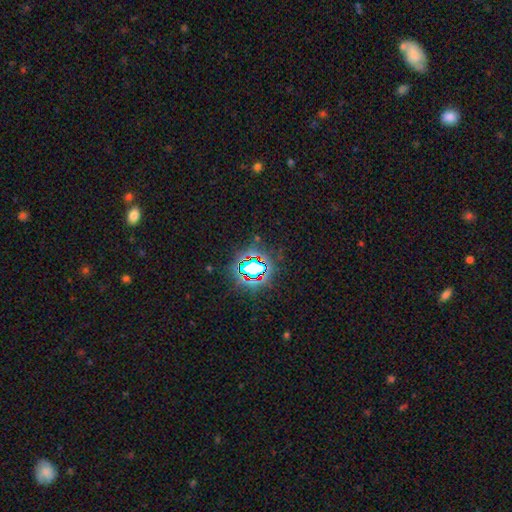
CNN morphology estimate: type=star or artifact (79%).